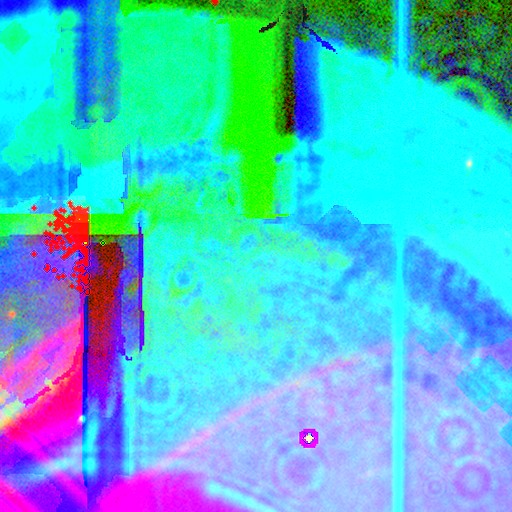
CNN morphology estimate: Smooth or featured? Predicted: star or artifact (p=0.85).